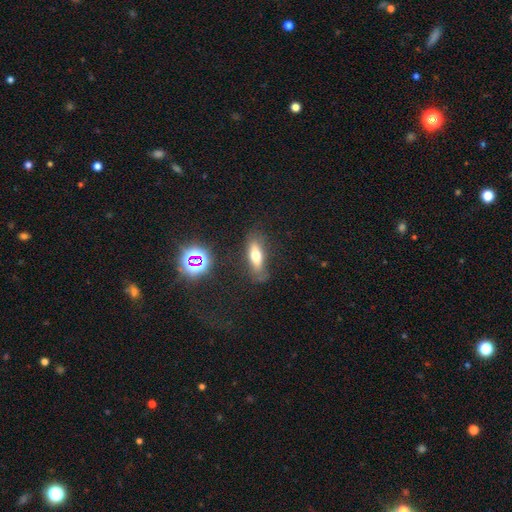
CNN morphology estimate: Smooth or featured? Predicted: smooth (p=0.57). How rounded? Predicted: cigar-shaped (p=0.49). Merging? Predicted: none (p=0.74).